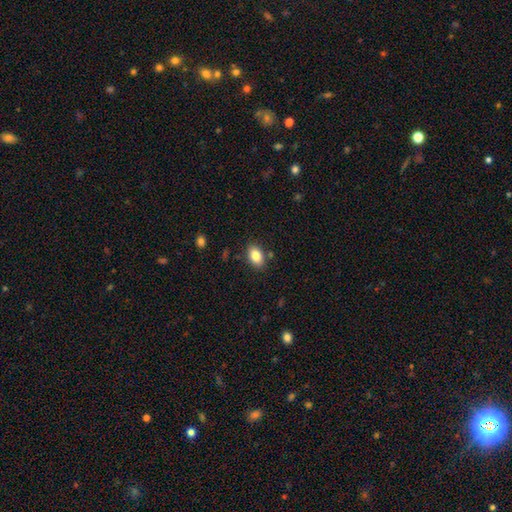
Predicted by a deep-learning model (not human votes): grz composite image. It shows a smooth galaxy with no disk features (83%) that is in between round and cigar-shaped (88%). Merging: none (84%).